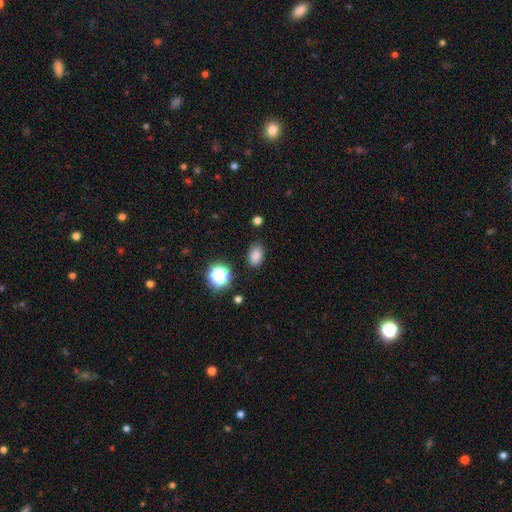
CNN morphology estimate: A smooth galaxy with no disk features (82%) that is in between round and cigar-shaped (80%). Merging: none (84%).